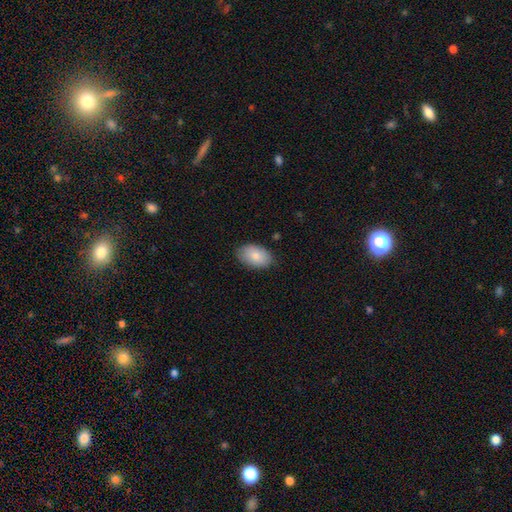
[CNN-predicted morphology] smooth_or_featured: smooth (p=0.84) [alt: featured or disk p=0.10]
how_rounded: in between (p=0.91) [alt: round p=0.08]
merging: none (p=0.83) [alt: minor disturbance p=0.13]